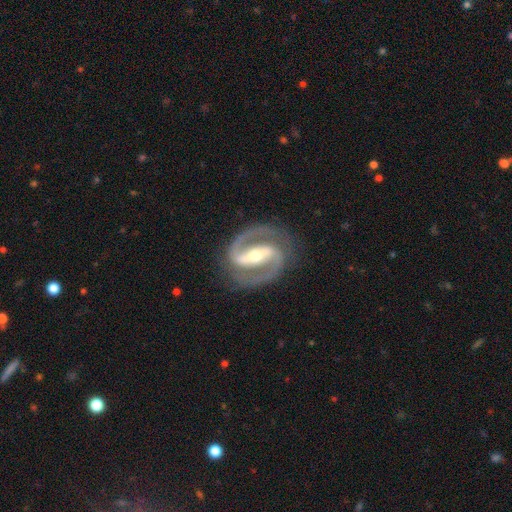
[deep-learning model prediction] smooth-or-featured: featured or disk: 93% | star or artifact: 4% | smooth: 3%
  disk-edge-on: no: 97% | yes: 3%
    bar: strong: 72% | weak: 19% | no: 8%
    has-spiral-arms: yes: 98% | no: 2%
      spiral-winding: medium: 58% | tight: 33% | loose: 10%
      spiral-arm-count: 2: 94% | can't tell: 1% | 1: 1% | 3: 1% | 4: 1% | more than 4: 1%
    bulge-size: moderate: 55% | small: 39% | large: 3% | none: 1% | dominant: 1%
  merging: none: 86% | minor disturbance: 9% | major disturbance: 3% | merger: 1%